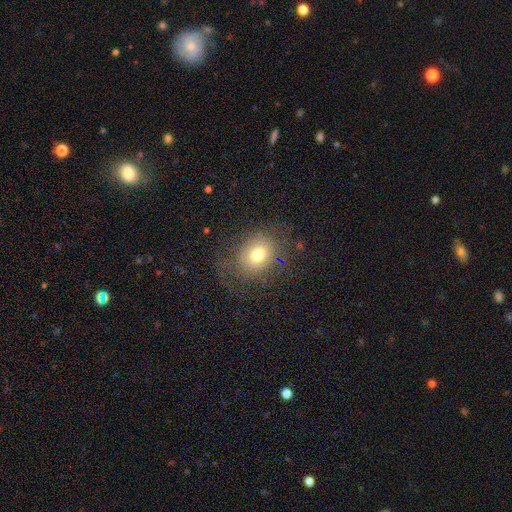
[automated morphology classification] A smooth galaxy with no disk features (71%) that is round (59%). Merging: none (73%).